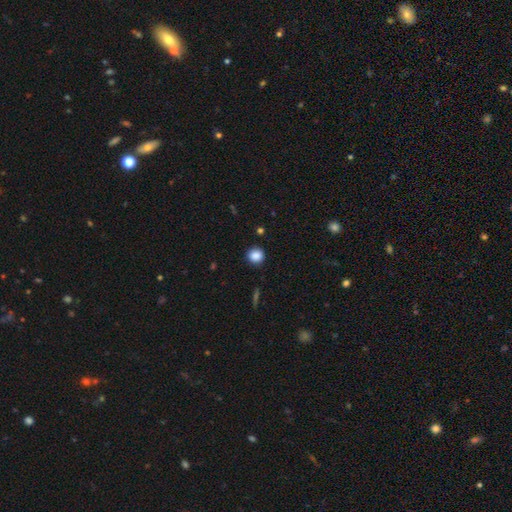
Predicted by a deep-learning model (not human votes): smooth 87%, star or artifact 10%, featured or disk 4%. Down the decision tree: how rounded — round (87%); merging — none (88%).